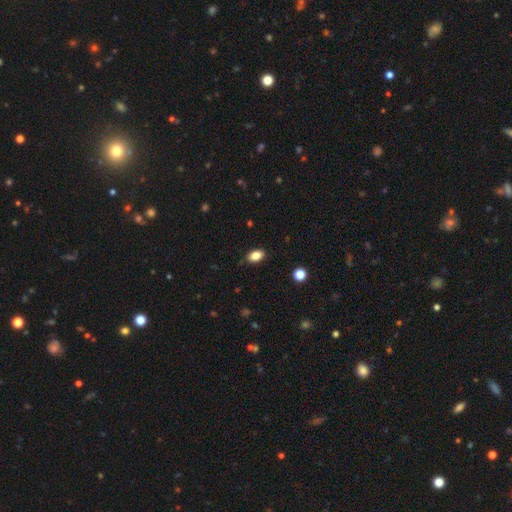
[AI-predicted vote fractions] This is clearly a smooth galaxy (84%). How rounded: clearly in between (88%). Merging: clearly none (83%).